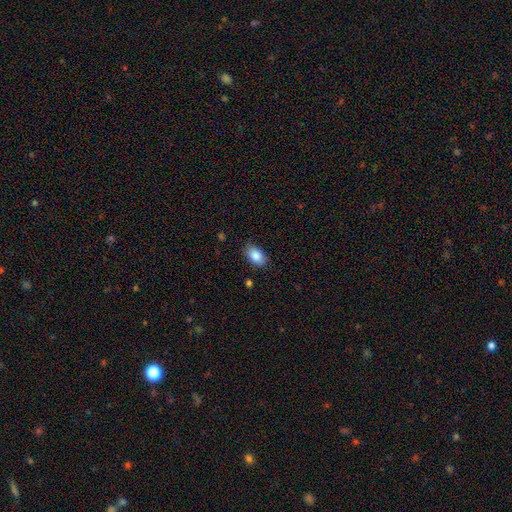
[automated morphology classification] The model was most divided on "merging": none: 85%, minor disturbance: 11%, major disturbance: 3%, merger: 1%. More confident: how rounded — in between (91%); smooth or featured — smooth (87%).